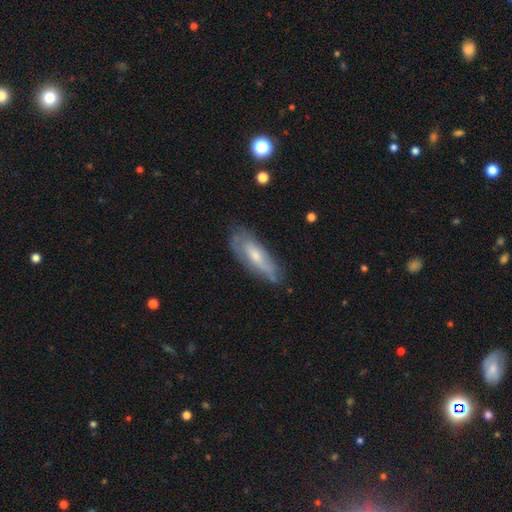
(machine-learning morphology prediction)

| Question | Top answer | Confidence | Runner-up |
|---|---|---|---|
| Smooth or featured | smooth | 47% | featured or disk (46%) |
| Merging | none | 64% | minor disturbance (25%) |